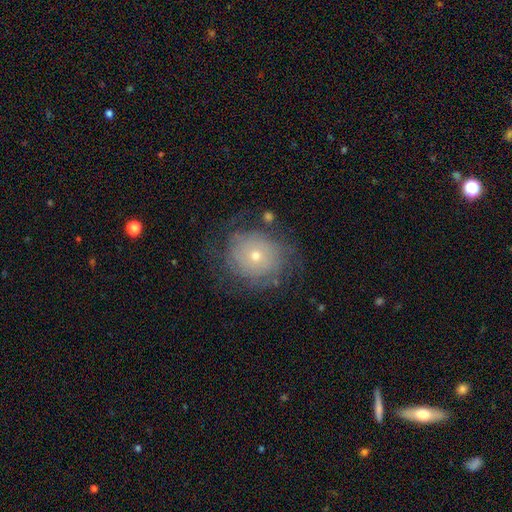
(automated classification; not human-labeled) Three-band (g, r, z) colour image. It shows a featured or disk galaxy (57%) with no bar (87%), spiral arms (71%) and a small central bulge (58%). Merging: none (68%).